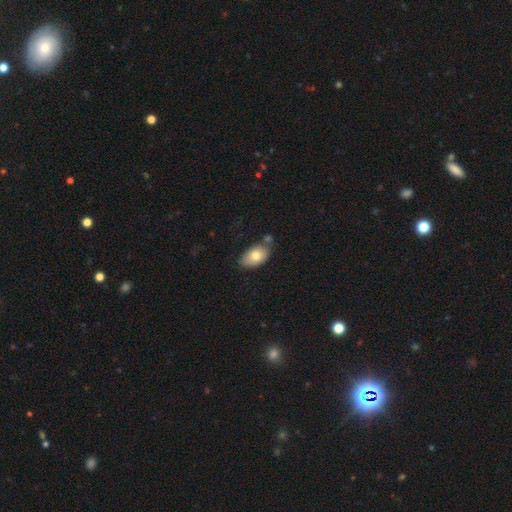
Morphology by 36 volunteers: This appears to be a smooth galaxy with no disk features (75%) that is in between round and cigar-shaped (85%). Merging: none (57%).